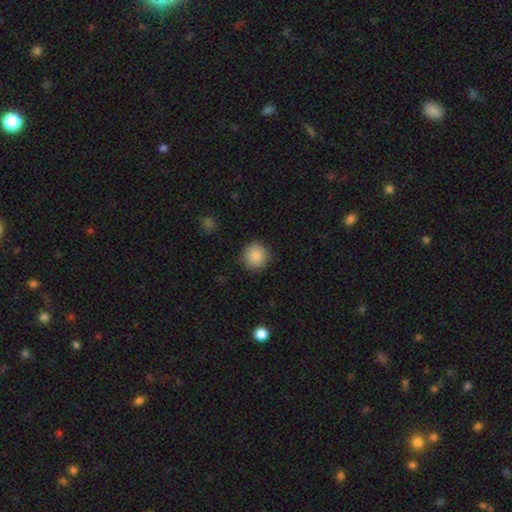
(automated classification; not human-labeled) This appears to be a smooth galaxy with no disk features (88%) that is round (93%). Merging: none (87%).